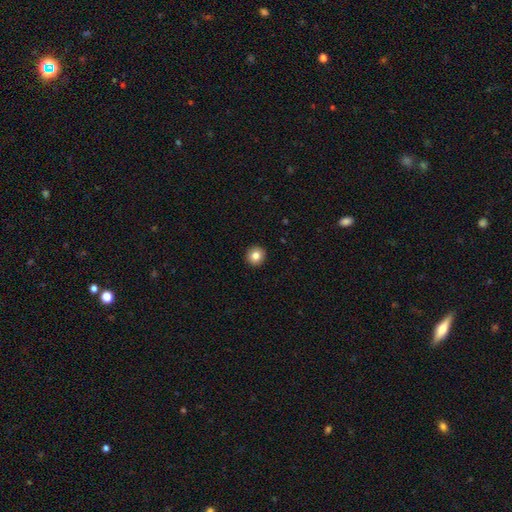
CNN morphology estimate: smooth_or_featured: smooth (p=0.83) [alt: star or artifact p=0.10]
how_rounded: round (p=0.93) [alt: in between p=0.06]
merging: none (p=0.94) [alt: minor disturbance p=0.04]